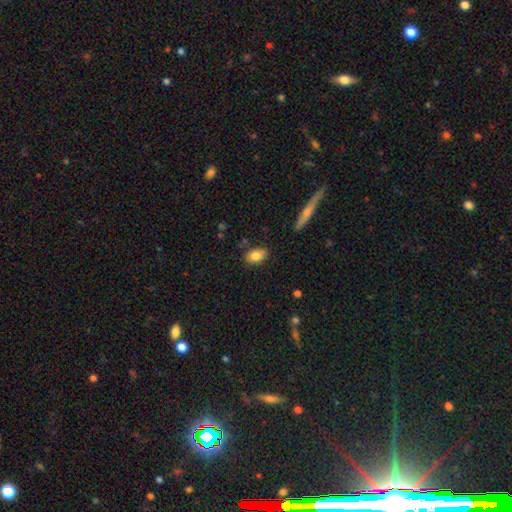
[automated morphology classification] This is clearly a smooth galaxy (82%). How rounded: clearly in between (84%). Merging: clearly none (82%).